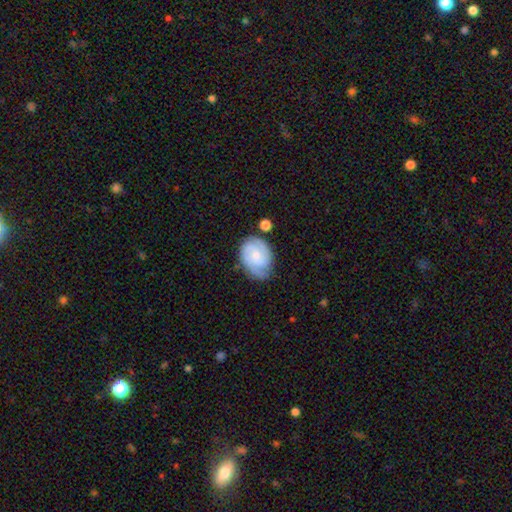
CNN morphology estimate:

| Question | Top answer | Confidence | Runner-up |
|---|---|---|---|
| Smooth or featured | featured or disk | 72% | smooth (22%) |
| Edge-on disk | no | 98% | yes (2%) |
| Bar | no | 58% | weak (37%) |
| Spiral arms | yes | 94% | no (6%) |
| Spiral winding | tight | 55% | medium (36%) |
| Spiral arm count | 2 | 45% | 3 (22%) |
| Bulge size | small | 54% | moderate (33%) |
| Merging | none | 65% | minor disturbance (23%) |